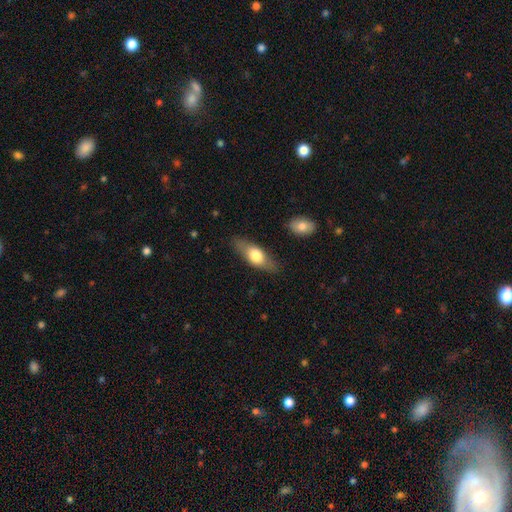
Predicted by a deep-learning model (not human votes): Overall: smooth (62%; featured or disk 32%). How rounded: in between (68%; cigar-shaped 28%). Merging: none (81%).